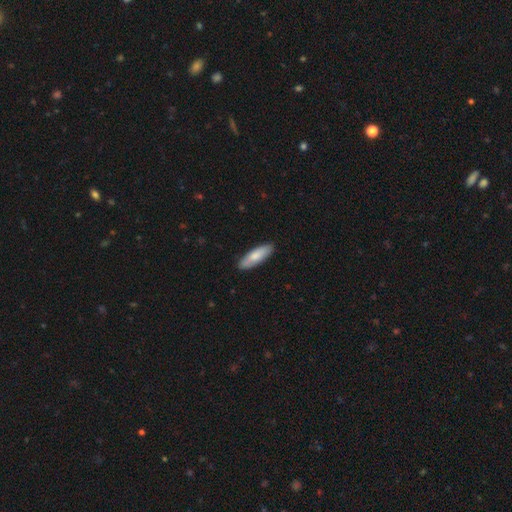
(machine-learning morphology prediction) This is likely a smooth galaxy (79%). How rounded: possibly in between (50%). Merging: clearly none (89%).